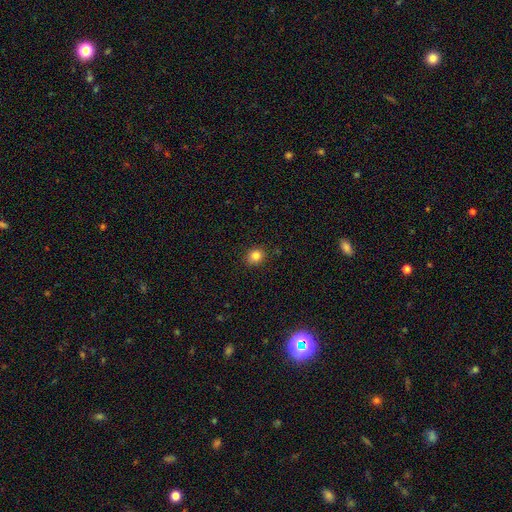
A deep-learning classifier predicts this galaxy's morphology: A smooth galaxy with no disk features (82%) that is round (69%).

Vote fractions:
- Smooth or featured? smooth: 82% / star or artifact: 12% / featured or disk: 6%
- How rounded? round: 69% / in between: 30% / cigar-shaped: 1%
- Merging? none: 89% / minor disturbance: 8% / major disturbance: 2% / merger: 1%